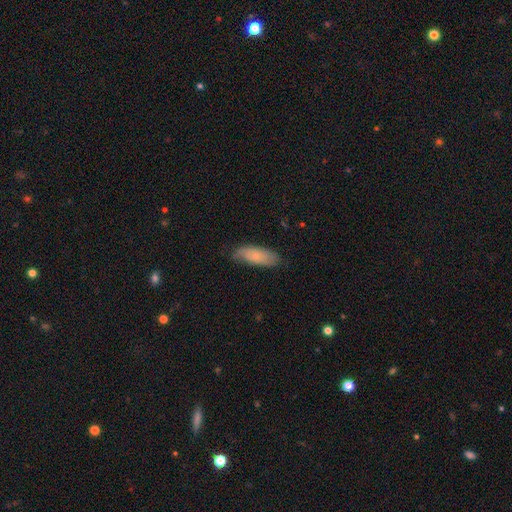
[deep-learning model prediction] Smooth or featured: smooth — 64% (featured or disk — 30%)
How rounded: in between — 72% (cigar-shaped — 26%)
Merging: none — 69% (minor disturbance — 25%)